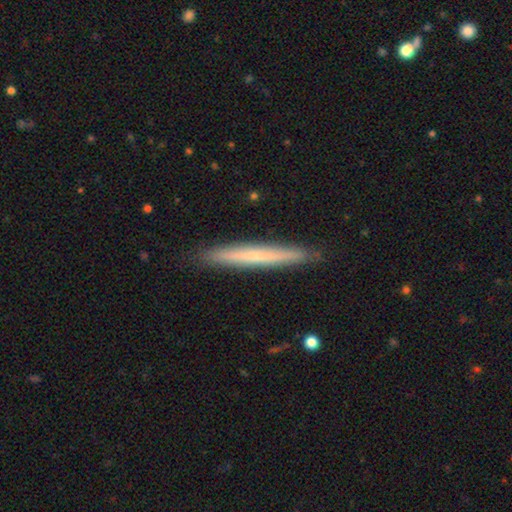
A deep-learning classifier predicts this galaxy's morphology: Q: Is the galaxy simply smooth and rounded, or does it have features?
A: smooth — 49%.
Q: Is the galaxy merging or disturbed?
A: none — 90%.